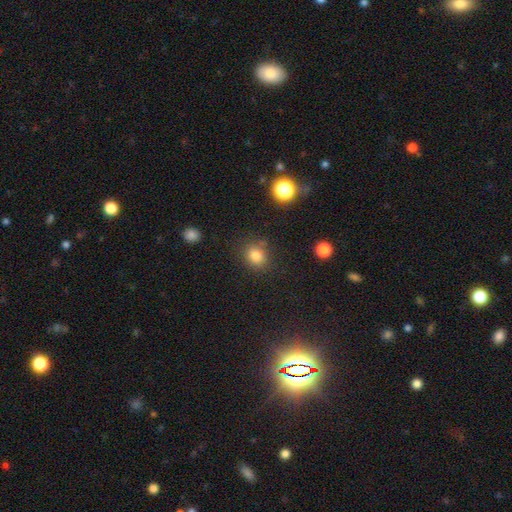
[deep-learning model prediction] Smooth or featured?
  - smooth: 80% *
  - star or artifact: 14%
  - featured or disk: 6%
How rounded?
  - round: 70% *
  - in between: 29%
  - cigar-shaped: 1%
Merging?
  - none: 80% *
  - minor disturbance: 12%
  - major disturbance: 4%
  - merger: 4%